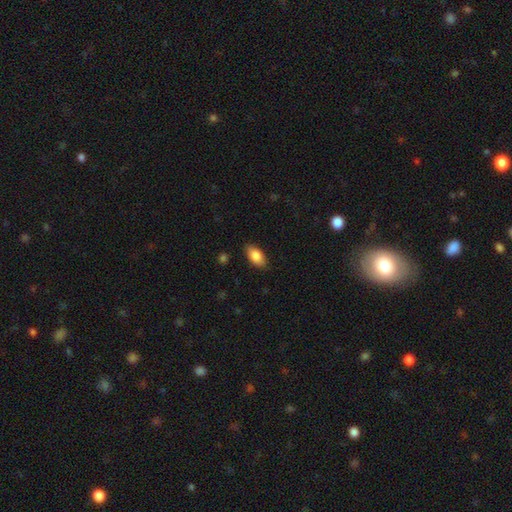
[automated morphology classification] smooth 84%, featured or disk 9%, star or artifact 7%. Down the decision tree: how rounded — in between (91%); merging — none (87%).